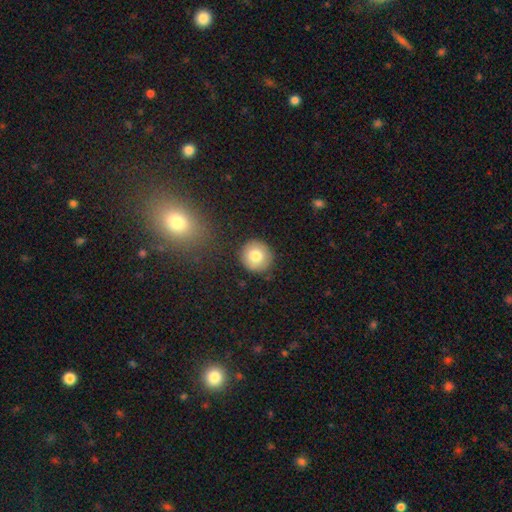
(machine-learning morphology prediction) A smooth galaxy with no disk features (78%) that is round (93%). Merging: none (89%).